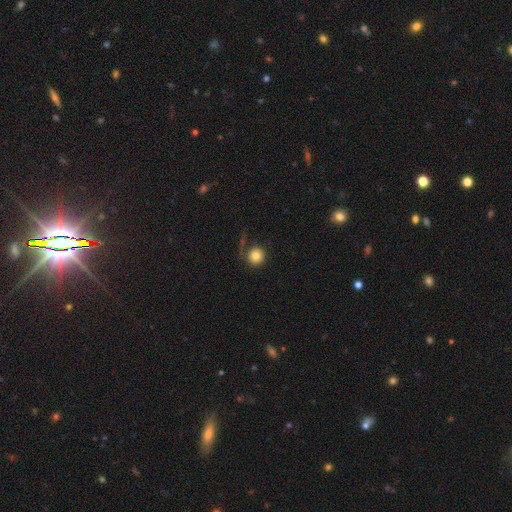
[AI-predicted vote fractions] This is clearly a smooth galaxy (81%). How rounded: clearly round (94%). Merging: likely none (70%).